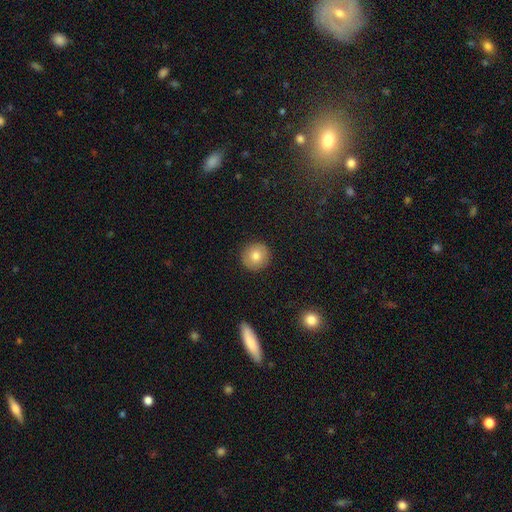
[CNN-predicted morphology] smooth_or_featured: smooth (p=0.77) [alt: featured or disk p=0.14]
how_rounded: round (p=0.94) [alt: in between p=0.05]
merging: none (p=0.91) [alt: minor disturbance p=0.06]